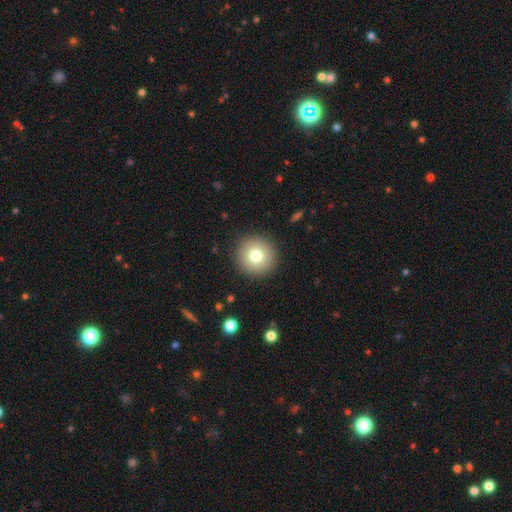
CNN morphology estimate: type=smooth (77%); roundness=round (95%); merging=none (92%).